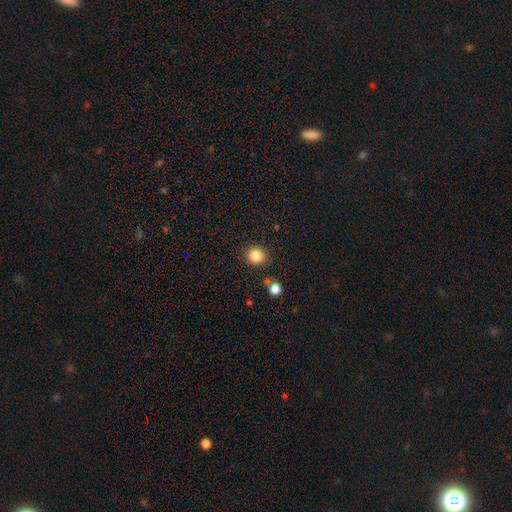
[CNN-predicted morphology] The model was most divided on "how rounded": round: 84%, in between: 15%, cigar-shaped: 1%. More confident: merging — none (88%); smooth or featured — smooth (84%).